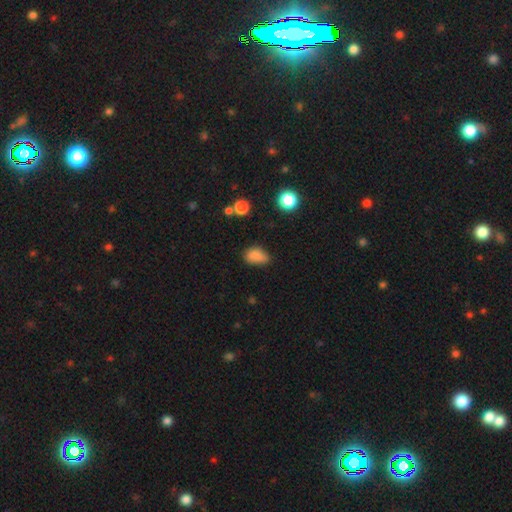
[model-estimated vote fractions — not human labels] The model was most divided on "merging": none: 57%, minor disturbance: 33%, major disturbance: 7%, merger: 3%. More confident: how rounded — in between (83%); smooth or featured — smooth (83%).